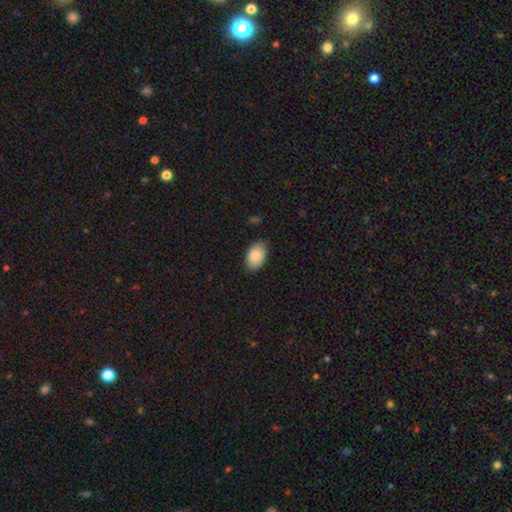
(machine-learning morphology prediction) The model was most divided on "merging": none: 83%, minor disturbance: 14%, major disturbance: 2%, merger: 1%. More confident: how rounded — in between (91%); smooth or featured — smooth (84%).